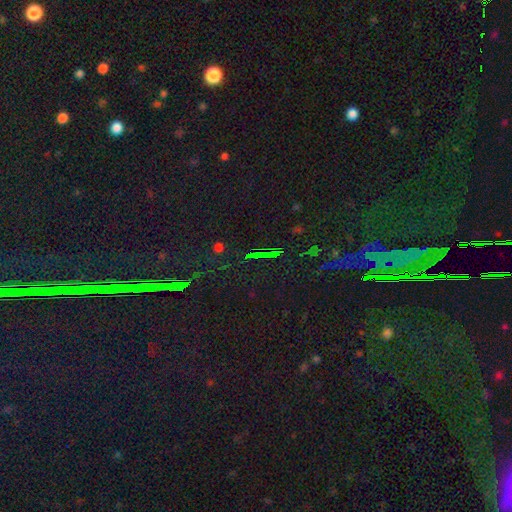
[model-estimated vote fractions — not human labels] Overall: star or artifact (74%).